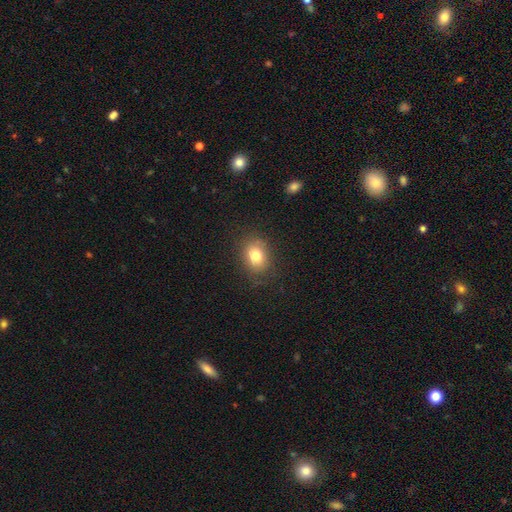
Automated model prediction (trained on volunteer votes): A smooth galaxy with no disk features (78%) that is in between round and cigar-shaped (59%). Merging: none (82%).